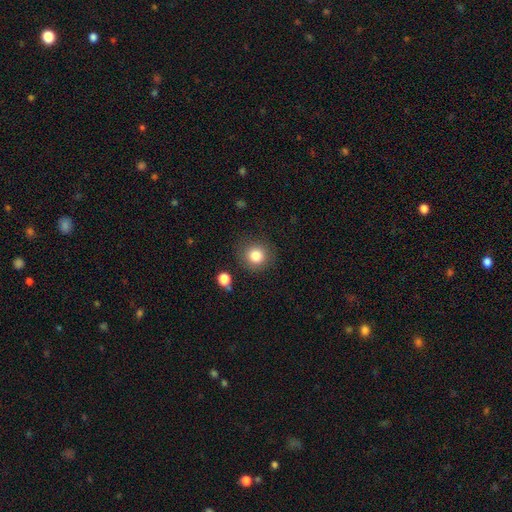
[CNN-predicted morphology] A smooth galaxy with no disk features (83%) that is round (90%). Merging: none (84%).